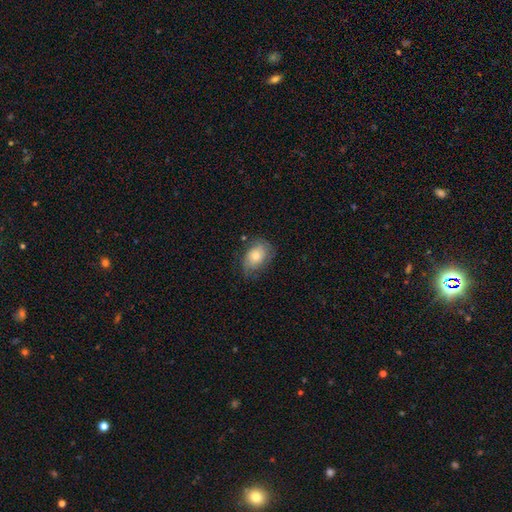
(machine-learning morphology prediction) Smooth or featured?
  - smooth: 62% *
  - featured or disk: 29%
  - star or artifact: 9%
How rounded?
  - in between: 78% *
  - round: 20%
  - cigar-shaped: 1%
Merging?
  - none: 61% *
  - minor disturbance: 27%
  - major disturbance: 10%
  - merger: 2%